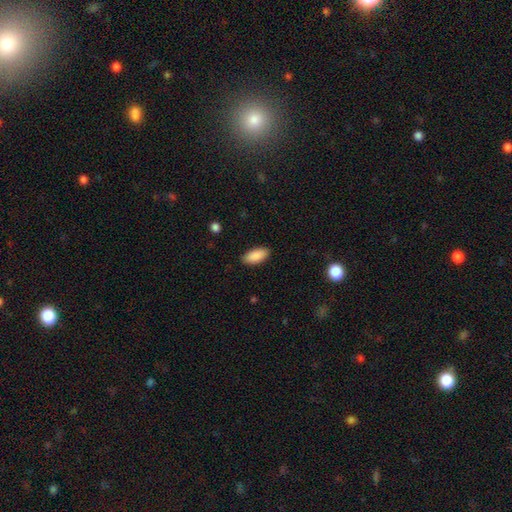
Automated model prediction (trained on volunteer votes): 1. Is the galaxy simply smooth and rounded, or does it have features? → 90% smooth, 6% star or artifact, 4% featured or disk.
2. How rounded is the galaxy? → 90% in between, 8% cigar-shaped, 2% round.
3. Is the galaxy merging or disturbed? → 87% none, 9% minor disturbance, 2% major disturbance, 1% merger.